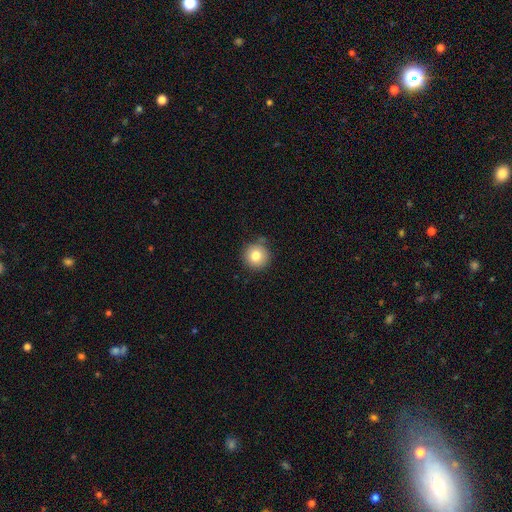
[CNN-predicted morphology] This is clearly a smooth galaxy (80%). How rounded: clearly round (95%). Merging: clearly none (84%).